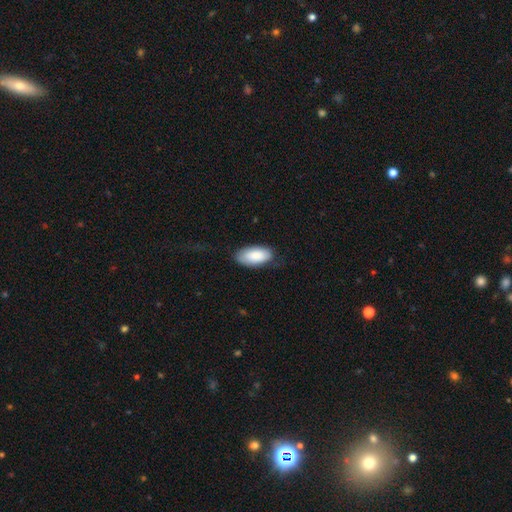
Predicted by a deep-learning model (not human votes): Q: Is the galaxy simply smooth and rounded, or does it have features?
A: smooth — 85%.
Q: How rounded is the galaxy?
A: in between — 94%.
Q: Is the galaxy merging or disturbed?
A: none — 74%.